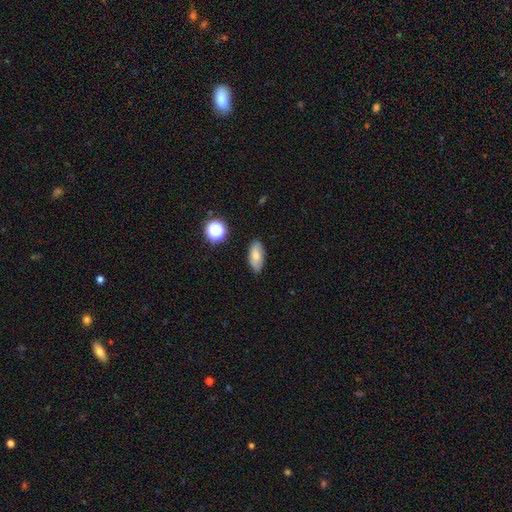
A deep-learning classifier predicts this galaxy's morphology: Smooth or featured? Predicted: smooth (p=0.75). How rounded? Predicted: in between (p=0.86). Merging? Predicted: none (p=0.83).